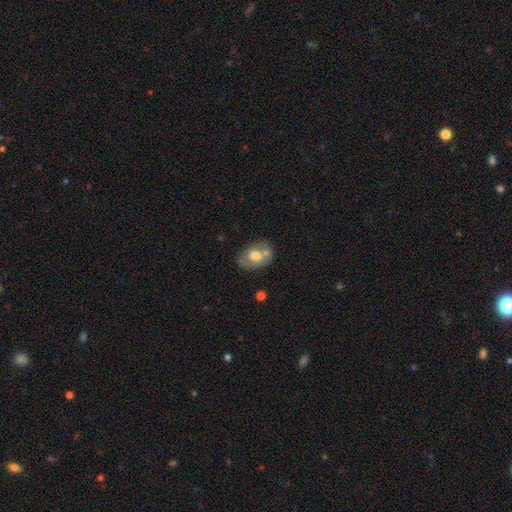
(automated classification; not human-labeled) Overall: smooth (51%; featured or disk 42%). How rounded: in between (75%). Merging: none (51%; minor disturbance 21%).